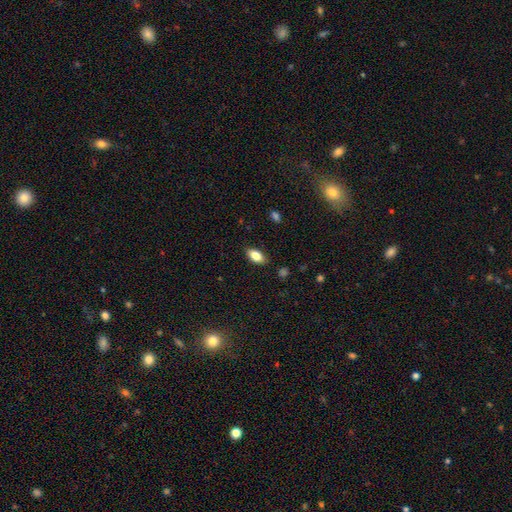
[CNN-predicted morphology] Smooth or featured? Predicted: smooth (p=0.81). How rounded? Predicted: in between (p=0.90). Merging? Predicted: none (p=0.85).